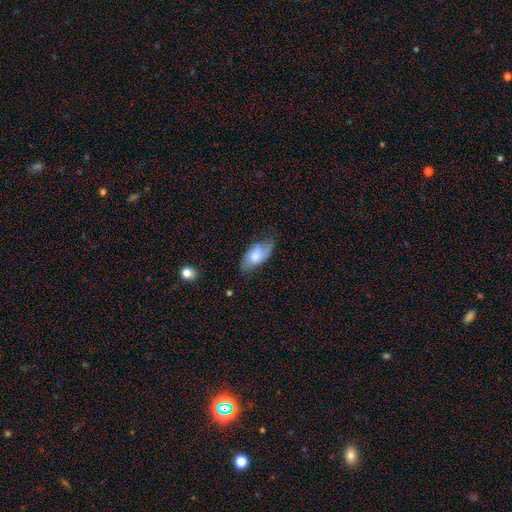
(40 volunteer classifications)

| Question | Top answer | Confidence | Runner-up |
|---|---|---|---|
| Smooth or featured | smooth | 52% | featured or disk (40%) |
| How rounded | in between | 95% | cigar-shaped (5%) |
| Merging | none | 43% | minor disturbance (30%) |